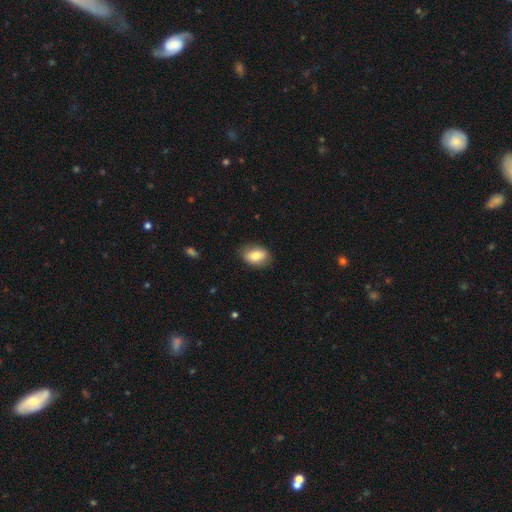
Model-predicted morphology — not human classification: smooth-or-featured: smooth: 78% | featured or disk: 15% | star or artifact: 7%
  how-rounded: in between: 85% | round: 13% | cigar-shaped: 2%
  merging: none: 80% | minor disturbance: 16% | major disturbance: 4% | merger: 1%